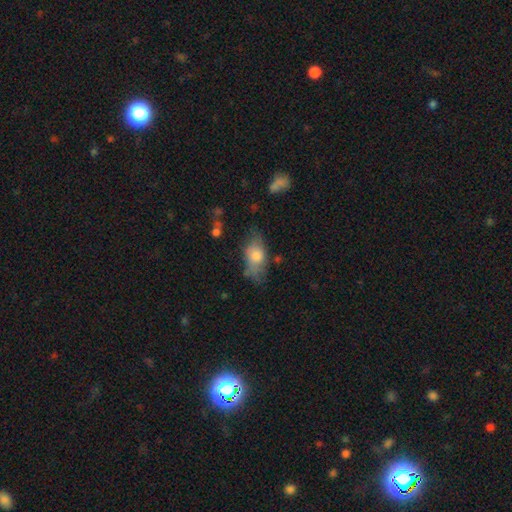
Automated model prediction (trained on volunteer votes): Q: Smooth or featured?
A: smooth (69%); runner-up: featured or disk (24%)
Q: How rounded?
A: in between (85%); runner-up: cigar-shaped (8%)
Q: Merging?
A: none (59%); runner-up: minor disturbance (28%)